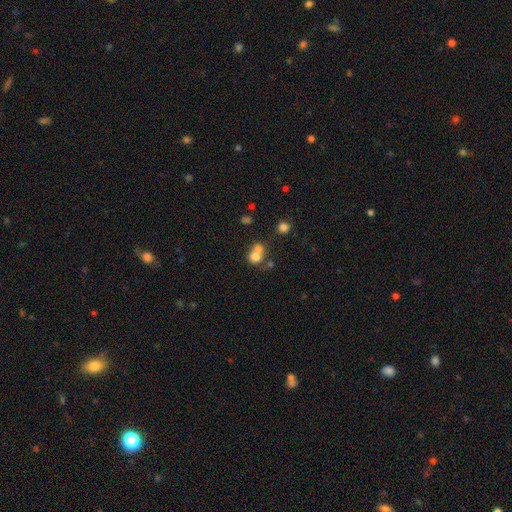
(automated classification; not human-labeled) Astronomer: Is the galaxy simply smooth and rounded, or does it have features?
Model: smooth — 72%.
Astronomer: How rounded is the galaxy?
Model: round — 75%.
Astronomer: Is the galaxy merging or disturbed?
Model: merger — 56% (runner-up: none, 33%).